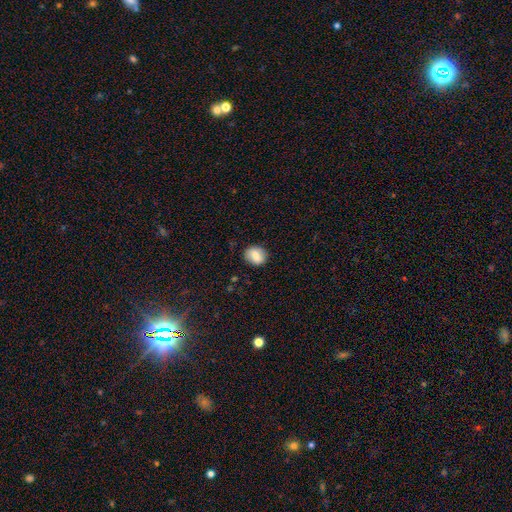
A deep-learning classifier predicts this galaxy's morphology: This appears to be a smooth galaxy with no disk features (78%) that is round (63%). Merging: none (84%).